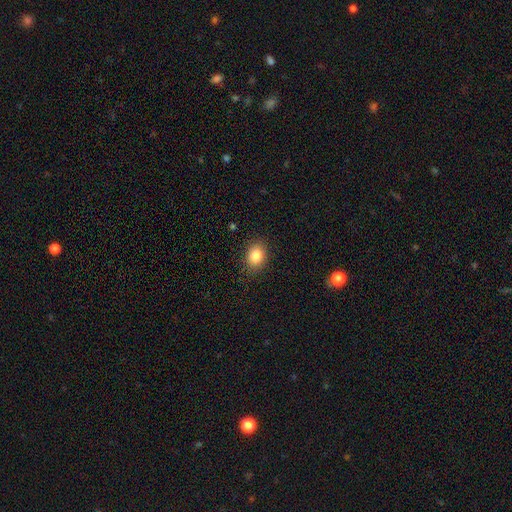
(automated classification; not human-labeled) The model was most divided on "how rounded": in between: 65%, round: 34%, cigar-shaped: 1%. More confident: merging — none (86%); smooth or featured — smooth (85%).